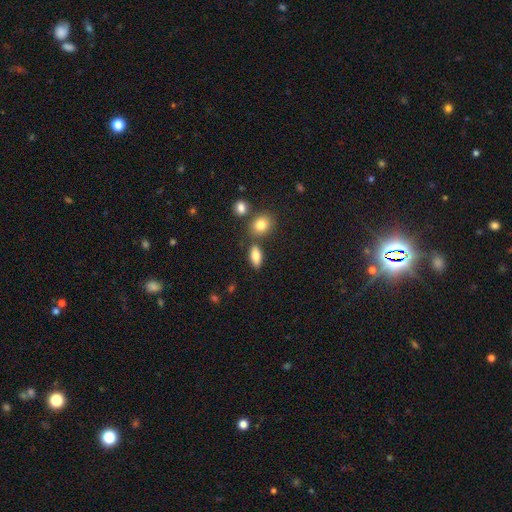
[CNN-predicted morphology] A smooth galaxy with no disk features (80%) that is in between round and cigar-shaped (83%).

Vote fractions:
- Smooth or featured? smooth: 80% / featured or disk: 12% / star or artifact: 9%
- How rounded? in between: 83% / cigar-shaped: 10% / round: 6%
- Merging? none: 73% / merger: 12% / minor disturbance: 11% / major disturbance: 4%